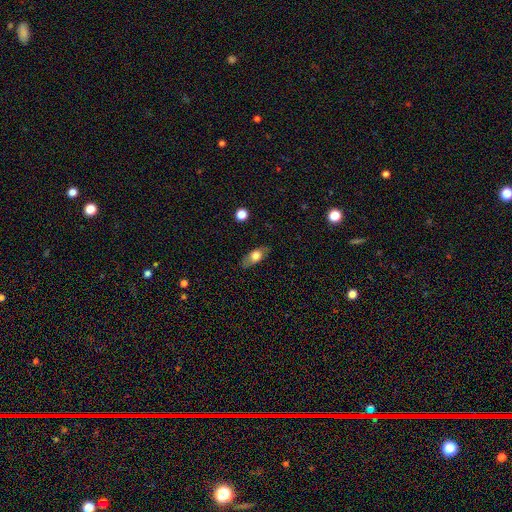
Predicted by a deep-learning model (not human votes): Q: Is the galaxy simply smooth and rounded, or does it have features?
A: smooth — 69%.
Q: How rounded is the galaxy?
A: in between — 82%.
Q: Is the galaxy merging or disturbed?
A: none — 81%.